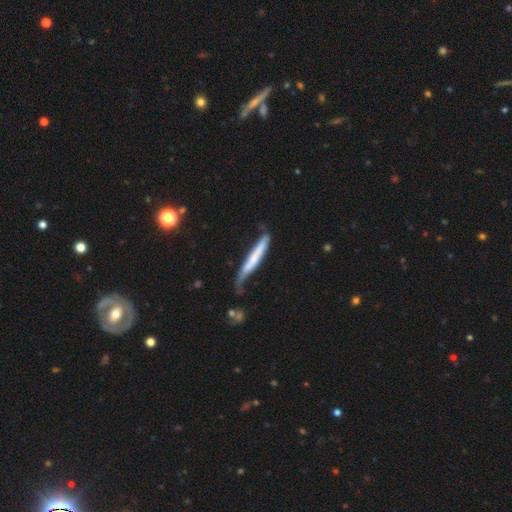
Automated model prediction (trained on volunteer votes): smooth-or-featured: smooth: 56% | featured or disk: 38% | star or artifact: 5%
  how-rounded: cigar-shaped: 94% | in between: 5% | round: 1%
  merging: none: 44% | minor disturbance: 33% | major disturbance: 16% | merger: 7%